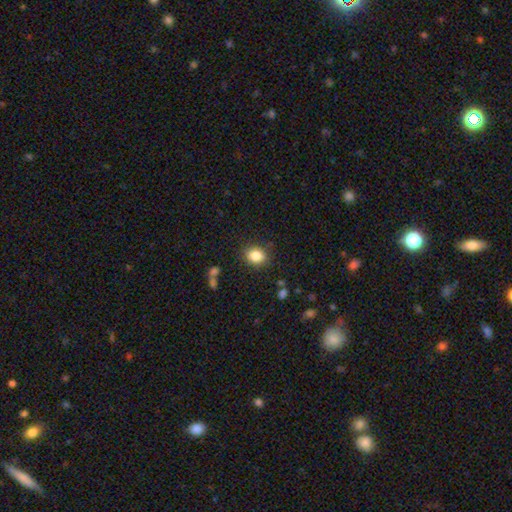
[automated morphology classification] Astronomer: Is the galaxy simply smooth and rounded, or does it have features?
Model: smooth — 85%.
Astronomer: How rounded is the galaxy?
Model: round — 51% (runner-up: in between, 48%).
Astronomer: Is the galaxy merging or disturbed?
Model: none — 84%.